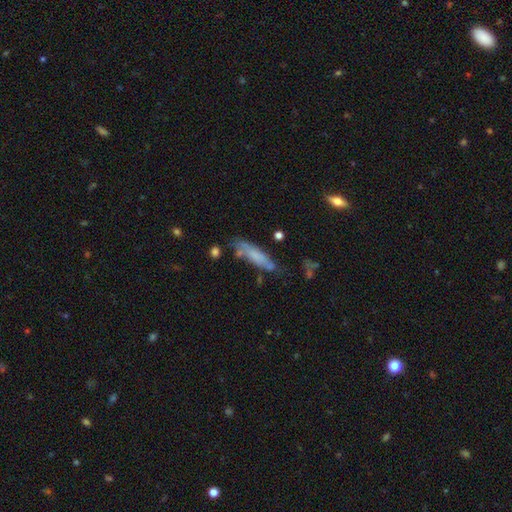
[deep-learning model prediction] Smooth or featured? smooth (58%)
How rounded? cigar-shaped (67%)
Merging? none (56%)